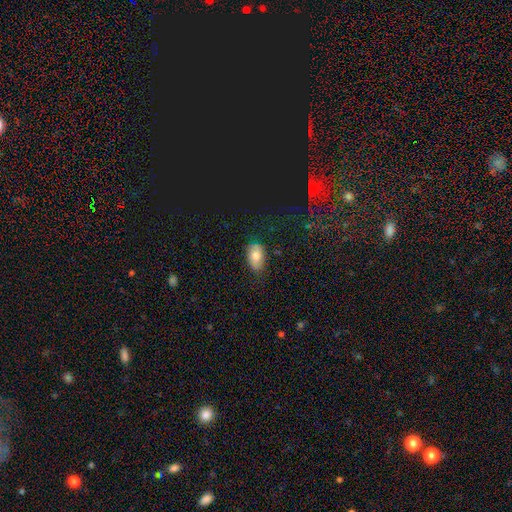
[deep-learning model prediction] smooth 73%, featured or disk 17%, star or artifact 10%. Down the decision tree: how rounded — in between (89%); merging — none (69%).